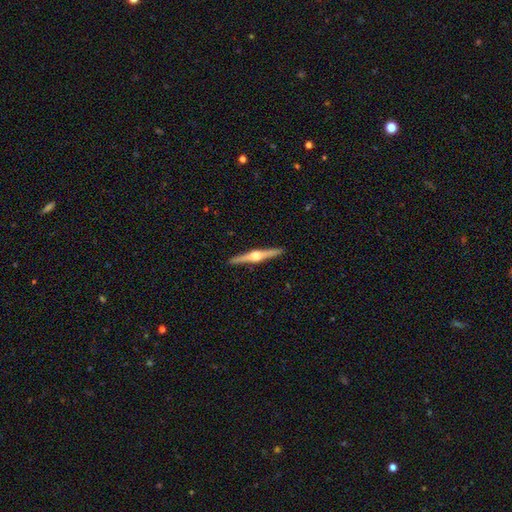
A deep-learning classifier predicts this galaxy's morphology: Smooth or featured?
  - featured or disk: 80% *
  - smooth: 15%
  - star or artifact: 5%
Edge-on disk?
  - yes: 98% *
  - no: 2%
Edge-on bulge?
  - rounded: 93% *
  - boxy: 5%
  - none: 2%
Merging?
  - none: 92% *
  - minor disturbance: 5%
  - major disturbance: 1%
  - merger: 1%